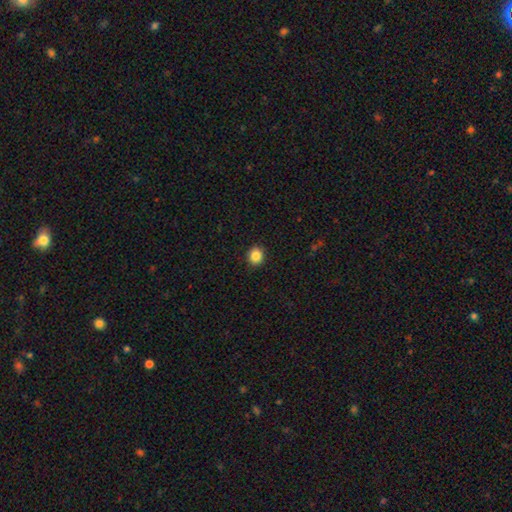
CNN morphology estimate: This appears to be a smooth galaxy with no disk features (86%) that is round (83%). Merging: none (92%).